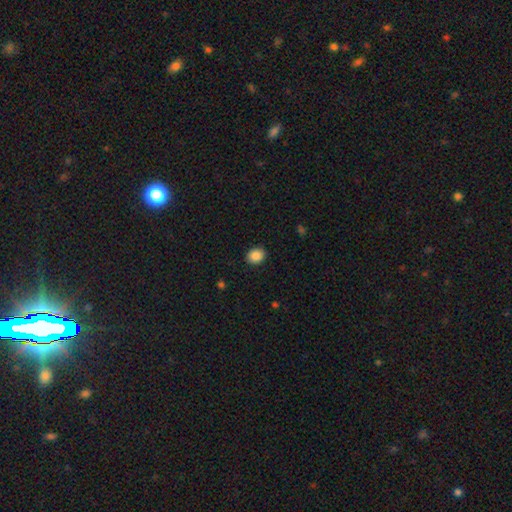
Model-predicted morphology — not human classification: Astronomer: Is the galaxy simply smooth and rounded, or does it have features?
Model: smooth — 88%.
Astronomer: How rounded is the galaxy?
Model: in between — 50% (runner-up: round, 49%).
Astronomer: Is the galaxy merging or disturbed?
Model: none — 90%.